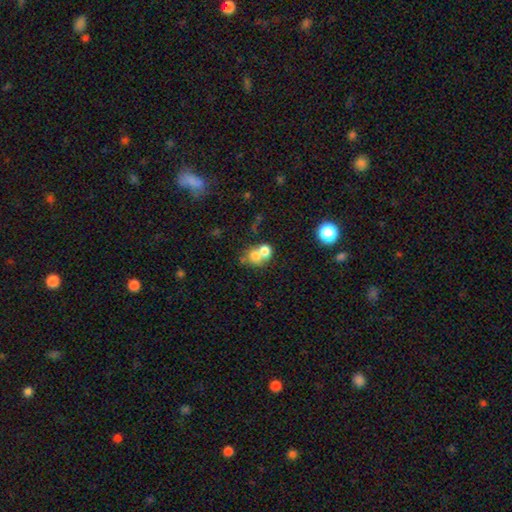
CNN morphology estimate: This appears to be a smooth galaxy with no disk features (71%) that is round (64%). Merging: merger (63%).